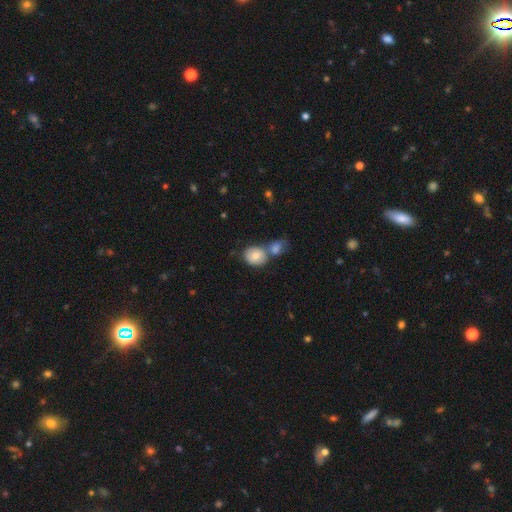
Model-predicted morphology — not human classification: This appears to be a smooth galaxy with no disk features (79%) that is round (60%). Merging: merger (47%).